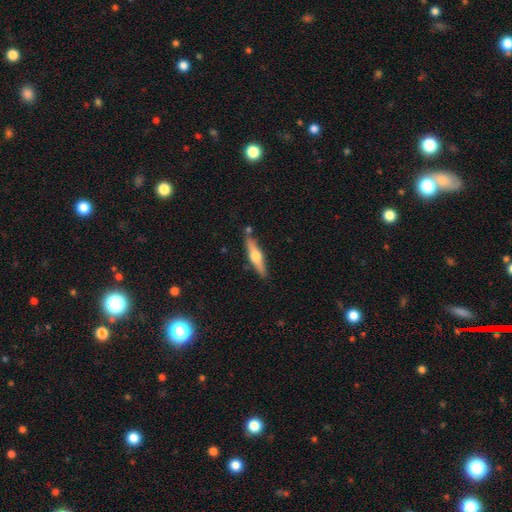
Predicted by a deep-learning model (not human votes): smooth_or_featured: featured or disk (p=0.58) [alt: smooth p=0.37]
disk_edge_on: yes (p=0.95) [alt: no p=0.05]
edge_on_bulge: rounded (p=0.94) [alt: boxy p=0.04]
merging: none (p=0.81) [alt: minor disturbance p=0.11]